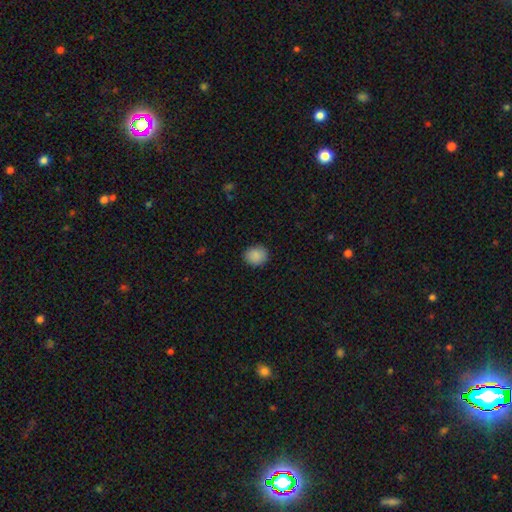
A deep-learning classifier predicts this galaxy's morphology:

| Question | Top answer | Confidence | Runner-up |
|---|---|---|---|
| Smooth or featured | smooth | 89% | star or artifact (8%) |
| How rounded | round | 74% | in between (25%) |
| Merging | none | 88% | minor disturbance (9%) |